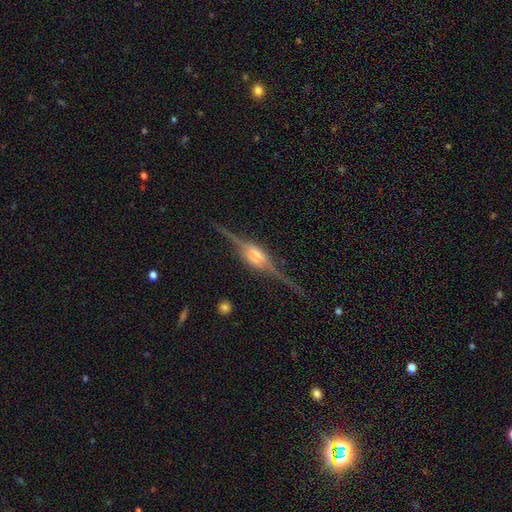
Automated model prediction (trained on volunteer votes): smooth_or_featured: featured or disk (p=0.89) [alt: star or artifact p=0.05]
disk_edge_on: yes (p=0.98) [alt: no p=0.02]
edge_on_bulge: rounded (p=0.74) [alt: boxy p=0.23]
merging: none (p=0.83) [alt: minor disturbance p=0.12]